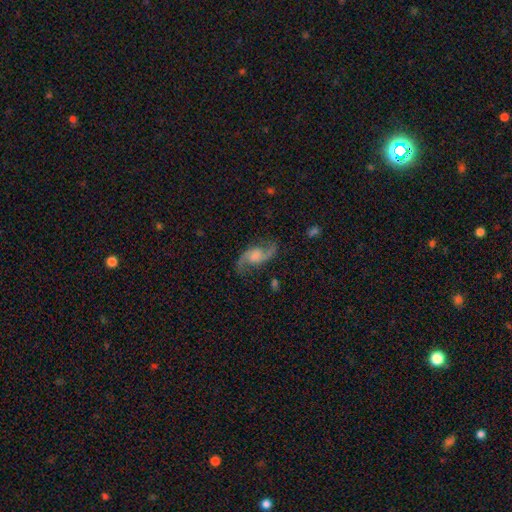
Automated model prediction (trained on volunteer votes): Smooth or featured?
  - featured or disk: 87% *
  - smooth: 7%
  - star or artifact: 6%
Edge-on disk?
  - no: 97% *
  - yes: 3%
Bar?
  - no: 55% *
  - weak: 36%
  - strong: 9%
Spiral arms?
  - yes: 97% *
  - no: 3%
Spiral winding?
  - loose: 67% *
  - medium: 28%
  - tight: 5%
Spiral arm count?
  - 2: 94% *
  - 1: 2%
  - can't tell: 2%
  - 3: 1%
  - 4: 1%
  - more than 4: 1%
Bulge size?
  - none: 37% *
  - large: 24%
  - moderate: 20%
  - small: 15%
  - dominant: 4%
Merging?
  - none: 79% *
  - minor disturbance: 12%
  - major disturbance: 6%
  - merger: 2%